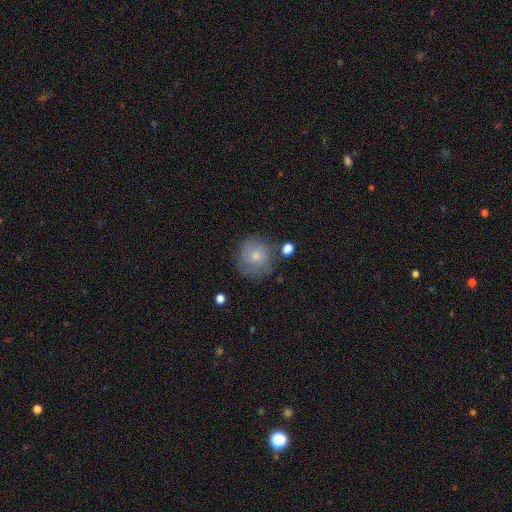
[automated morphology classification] Smooth or featured? Predicted: smooth (p=0.67). How rounded? Predicted: round (p=0.90). Merging? Predicted: none (p=0.68).